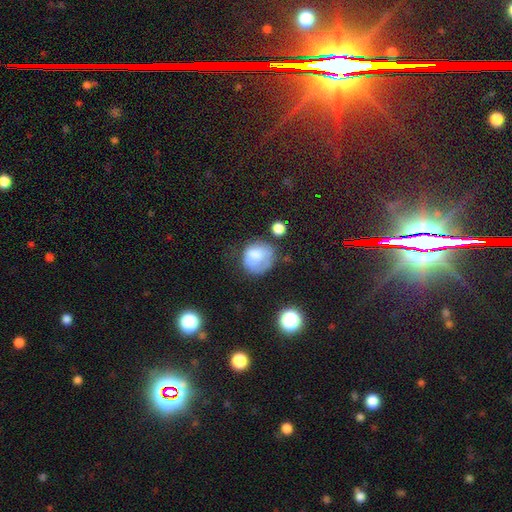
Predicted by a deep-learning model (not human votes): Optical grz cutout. It shows a smooth galaxy with no disk features (71%) that is round (77%). Merging: none (45%).